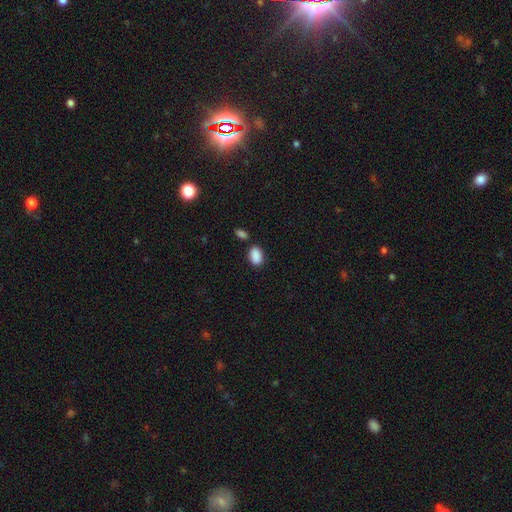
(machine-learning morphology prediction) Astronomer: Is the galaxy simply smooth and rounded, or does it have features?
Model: smooth — 89%.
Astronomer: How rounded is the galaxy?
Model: in between — 90%.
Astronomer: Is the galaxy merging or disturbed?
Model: none — 76%.